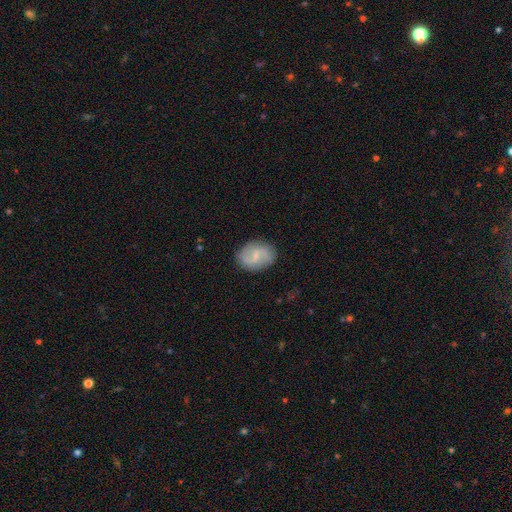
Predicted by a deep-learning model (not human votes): This appears to be a featured or disk galaxy (61%) with a weak bar (59%), 2 (88%) loose (47%) spiral arms (87%) and a small central bulge (59%). Merging: none (83%).